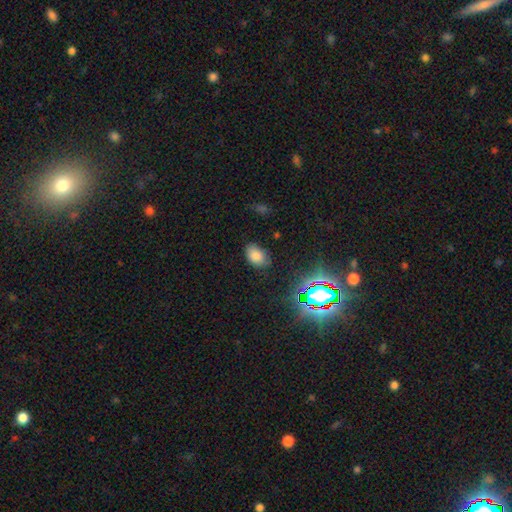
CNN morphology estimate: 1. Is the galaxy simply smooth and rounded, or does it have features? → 79% smooth, 15% star or artifact, 6% featured or disk.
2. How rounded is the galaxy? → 87% in between, 12% round, 1% cigar-shaped.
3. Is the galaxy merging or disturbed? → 78% none, 17% minor disturbance, 4% major disturbance, 2% merger.